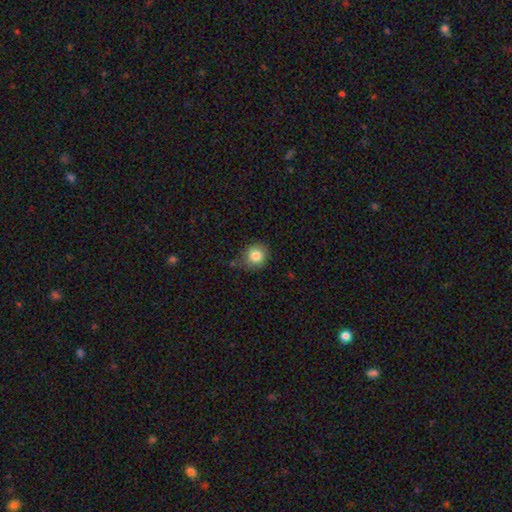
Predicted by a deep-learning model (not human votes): Smooth or featured?
  - smooth: 83% *
  - star or artifact: 11%
  - featured or disk: 6%
How rounded?
  - round: 90% *
  - in between: 9%
  - cigar-shaped: 1%
Merging?
  - none: 75% *
  - minor disturbance: 18%
  - major disturbance: 4%
  - merger: 3%